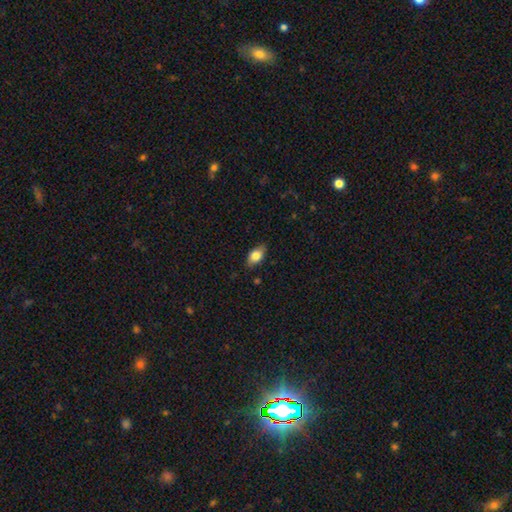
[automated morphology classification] smooth_or_featured: smooth (p=0.78) [alt: featured or disk p=0.14]
how_rounded: in between (p=0.88) [alt: round p=0.07]
merging: none (p=0.84) [alt: minor disturbance p=0.13]